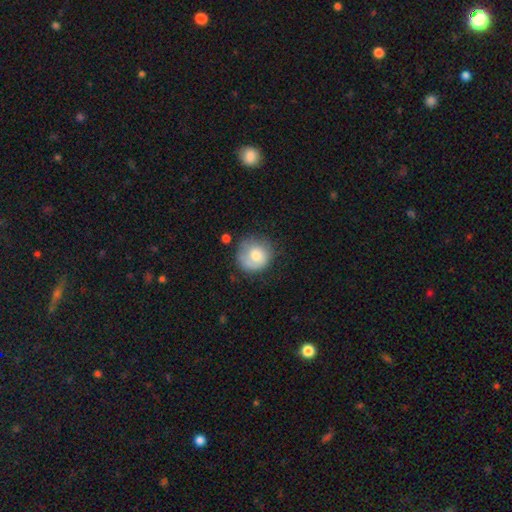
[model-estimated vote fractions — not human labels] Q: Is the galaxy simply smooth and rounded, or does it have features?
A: smooth — 71%.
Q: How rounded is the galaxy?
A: round — 88%.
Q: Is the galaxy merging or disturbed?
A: none — 60%.